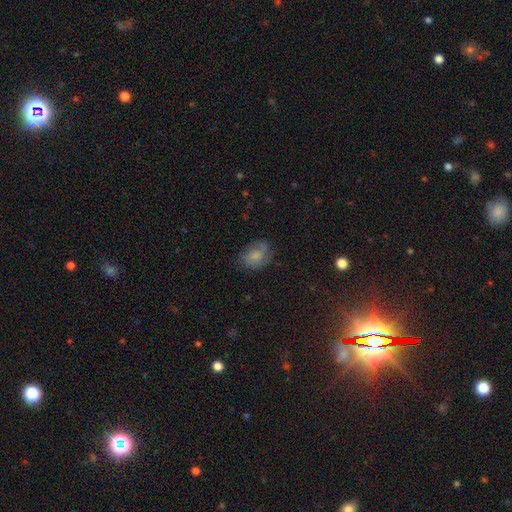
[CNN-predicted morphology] smooth-or-featured: smooth: 66% | featured or disk: 24% | star or artifact: 10%
  how-rounded: in between: 72% | round: 26% | cigar-shaped: 1%
  merging: none: 65% | minor disturbance: 24% | major disturbance: 9% | merger: 2%